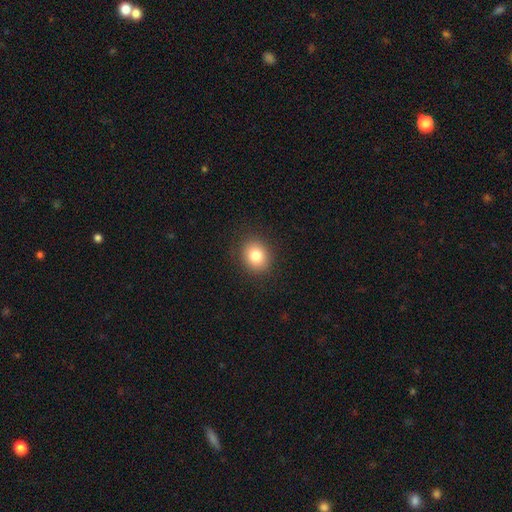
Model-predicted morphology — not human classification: smooth_or_featured: smooth (p=0.81) [alt: star or artifact p=0.10]
how_rounded: round (p=0.71) [alt: in between p=0.28]
merging: none (p=0.89) [alt: minor disturbance p=0.08]